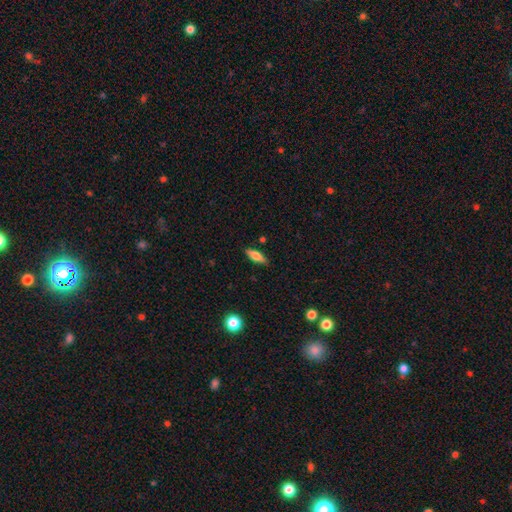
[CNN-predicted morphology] Smooth or featured? smooth (68%)
How rounded? in between (56%)
Merging? none (85%)